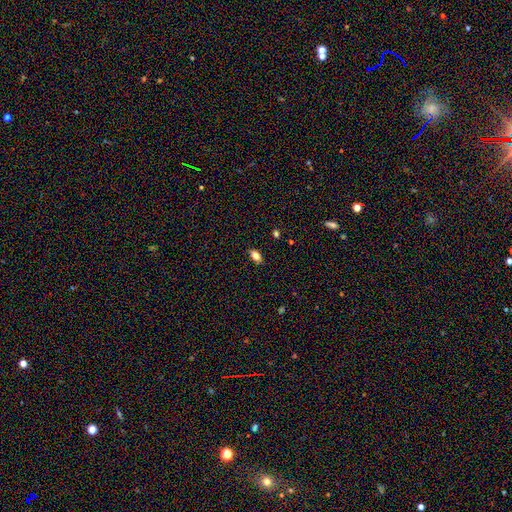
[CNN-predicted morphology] smooth-or-featured: smooth: 79% | featured or disk: 11% | star or artifact: 10%
  how-rounded: in between: 89% | round: 6% | cigar-shaped: 5%
  merging: none: 87% | minor disturbance: 10% | major disturbance: 2% | merger: 1%